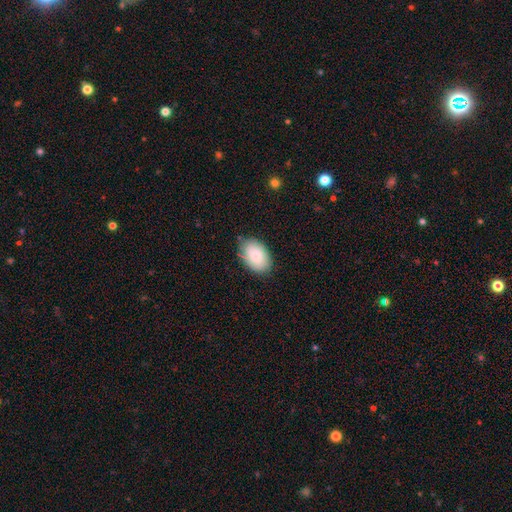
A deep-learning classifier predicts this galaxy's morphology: smooth_or_featured: smooth (p=0.86) [alt: featured or disk p=0.08]
how_rounded: in between (p=0.91) [alt: round p=0.08]
merging: none (p=0.81) [alt: minor disturbance p=0.15]